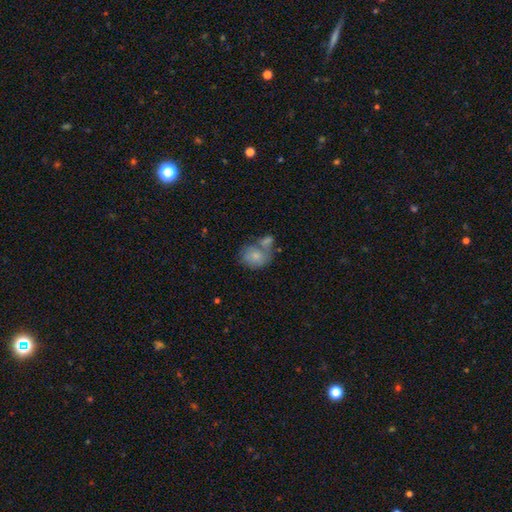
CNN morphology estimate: Overall: smooth (71%). How rounded: round (58%; in between 41%). Merging: merger (47%; none 30%).